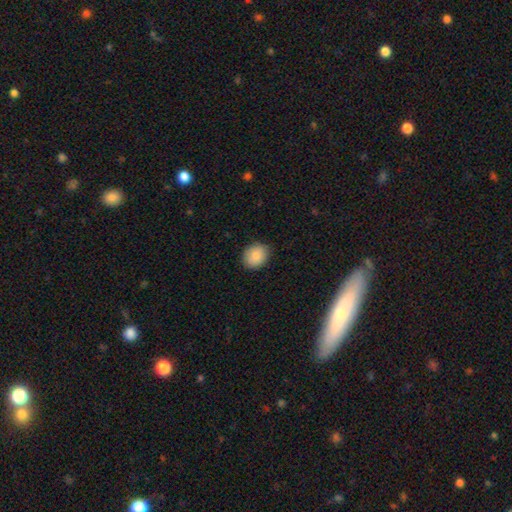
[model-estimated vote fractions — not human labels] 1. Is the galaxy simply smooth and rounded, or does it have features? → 88% smooth, 7% star or artifact, 4% featured or disk.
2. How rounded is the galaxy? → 54% round, 45% in between, 1% cigar-shaped.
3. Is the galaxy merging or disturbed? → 86% none, 11% minor disturbance, 2% major disturbance, 1% merger.